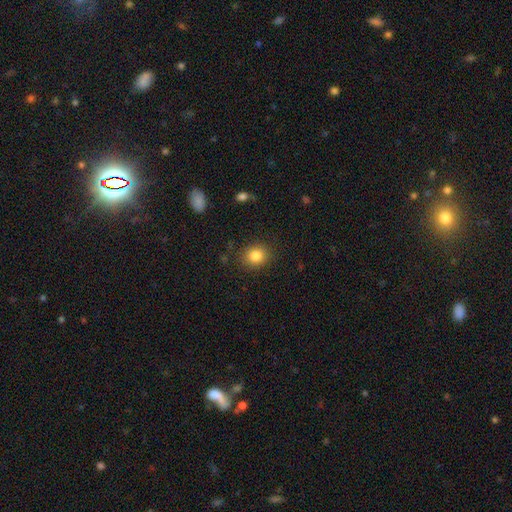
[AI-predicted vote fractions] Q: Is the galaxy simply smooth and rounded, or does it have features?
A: smooth — 84%.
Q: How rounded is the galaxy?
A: round — 69%.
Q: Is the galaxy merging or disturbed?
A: none — 86%.